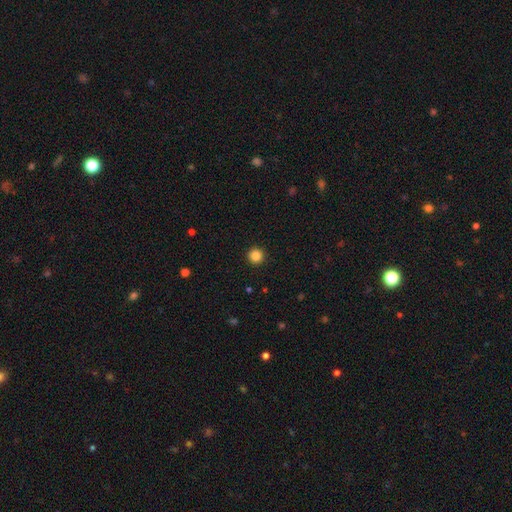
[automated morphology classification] A smooth galaxy with no disk features (85%) that is round (96%). Merging: none (94%).